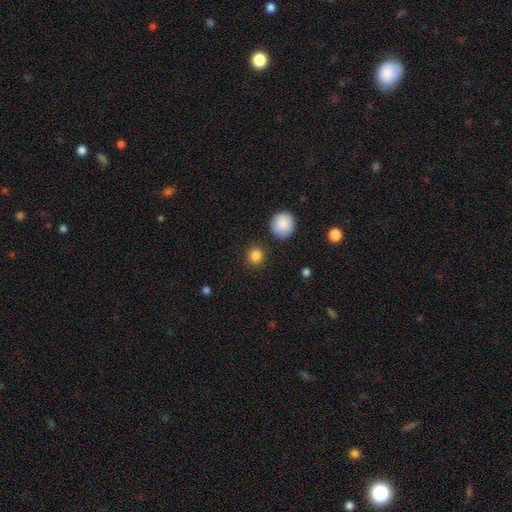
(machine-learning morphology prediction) This is clearly a smooth galaxy (85%). How rounded: clearly round (91%). Merging: clearly none (88%).